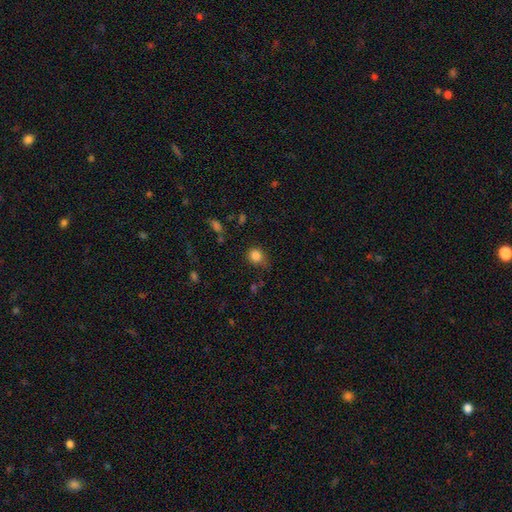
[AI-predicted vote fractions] Morphology: type=smooth (84%); roundness=round (78%); merging=none (68%).